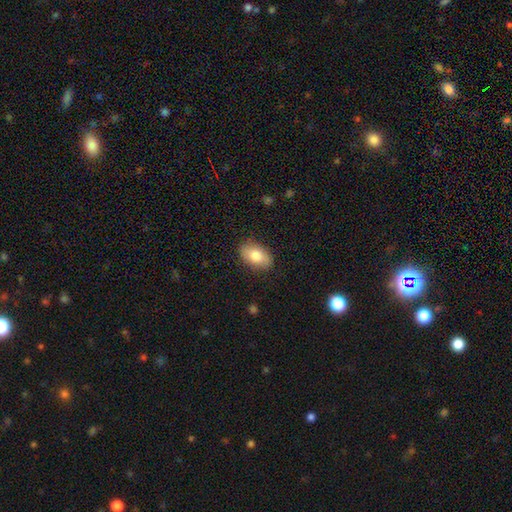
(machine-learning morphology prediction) The model was most divided on "smooth or featured": smooth: 80%, featured or disk: 13%, star or artifact: 7%. More confident: how rounded — in between (91%); merging — none (86%).